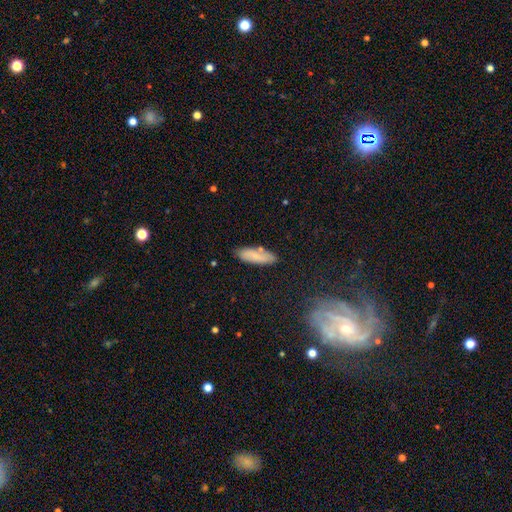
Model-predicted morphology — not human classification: Smooth or featured? smooth (74%)
How rounded? in between (49%, tied with cigar-shaped)
Merging? none (77%)